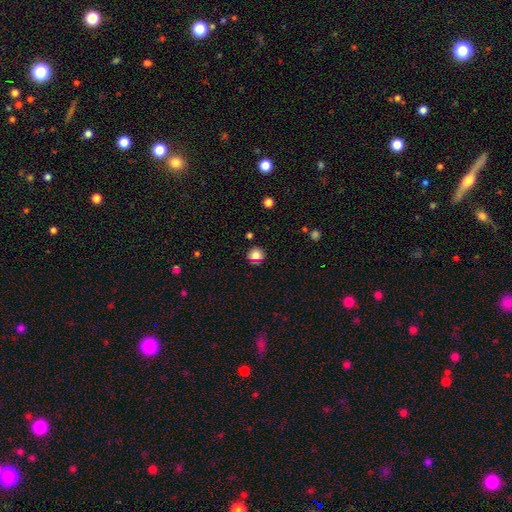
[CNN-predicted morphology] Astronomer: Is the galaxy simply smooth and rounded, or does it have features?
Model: smooth — 80%.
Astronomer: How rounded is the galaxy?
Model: round — 91%.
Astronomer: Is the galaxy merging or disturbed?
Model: none — 83%.